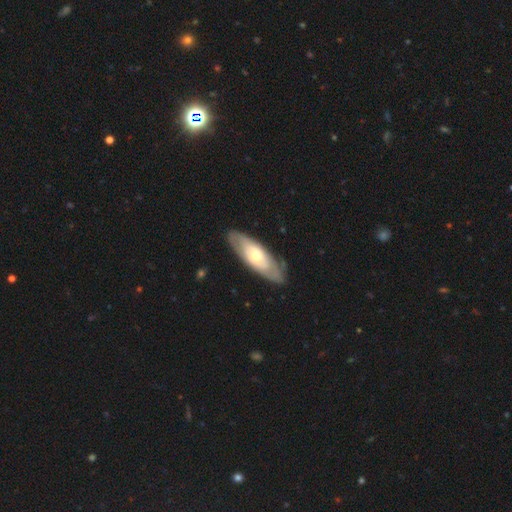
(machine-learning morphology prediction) type=featured or disk (61%); edge-on=no (76%); merging=none (81%).